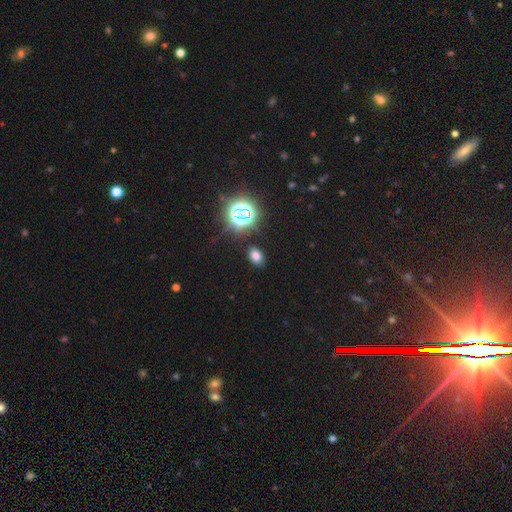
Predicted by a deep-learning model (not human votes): Smooth or featured? smooth (66%)
How rounded? in between (81%)
Merging? none (86%)